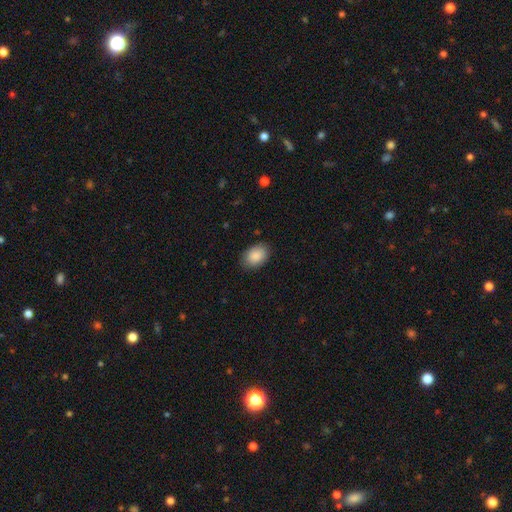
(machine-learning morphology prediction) smooth_or_featured: smooth (p=0.89) [alt: star or artifact p=0.06]
how_rounded: in between (p=0.86) [alt: round p=0.13]
merging: none (p=0.84) [alt: minor disturbance p=0.12]